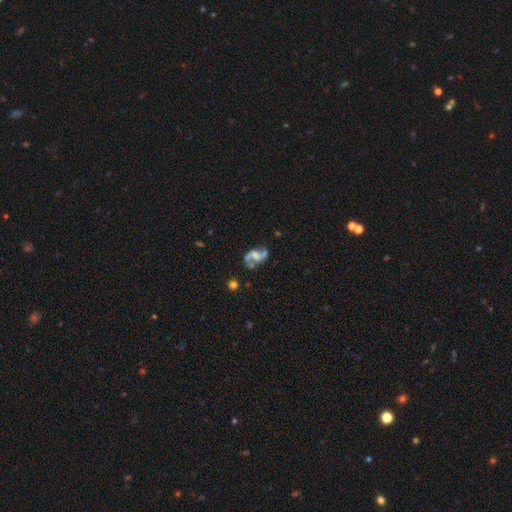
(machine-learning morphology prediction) A featured or disk galaxy (80%) with no bar (44%), 2 (88%) loose (65%) spiral arms (90%) and no central bulge (43%). Merging: none (52%).